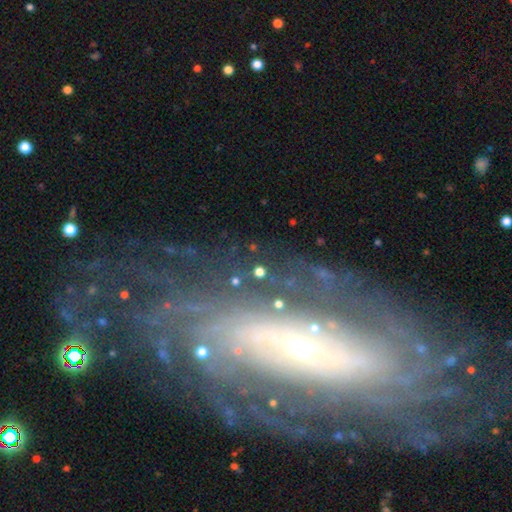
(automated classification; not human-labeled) Overall: featured or disk (85%). Edge-on disk: no (87%). Bar: no (55%; weak 25%). Spiral arms: yes (92%). Spiral arm count: can't tell (43%; more than 4 18%). Spiral winding: tight (68%). Bulge size: small (71%). Merging: none (73%).